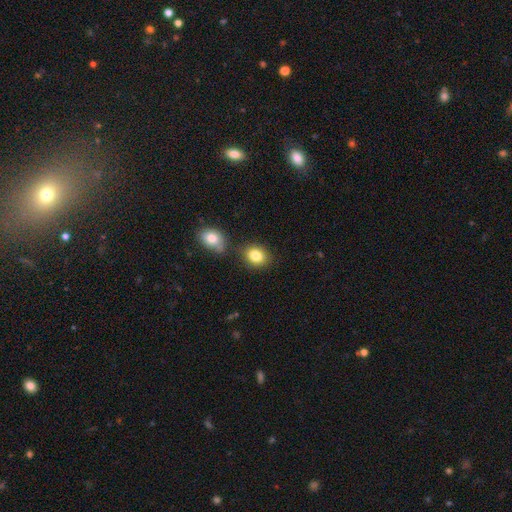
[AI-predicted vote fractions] The model was most divided on "how rounded": in between: 54%, round: 45%, cigar-shaped: 1%. More confident: smooth or featured — smooth (84%); merging — none (74%).